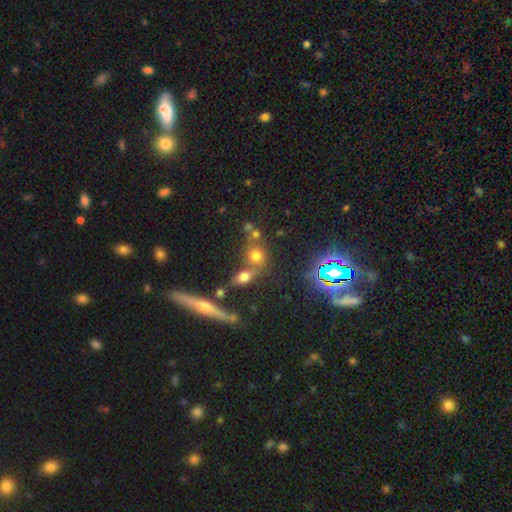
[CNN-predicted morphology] smooth_or_featured: smooth (p=0.65) [alt: star or artifact p=0.21]
how_rounded: round (p=0.73) [alt: in between p=0.23]
merging: none (p=0.50) [alt: merger p=0.35]